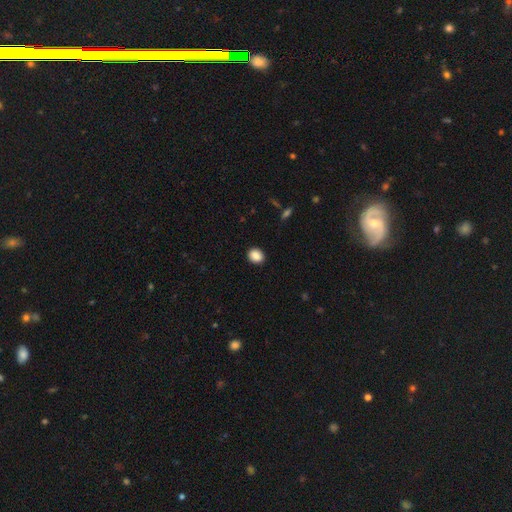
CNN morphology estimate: smooth-or-featured: smooth: 88% | star or artifact: 8% | featured or disk: 4%
  how-rounded: round: 58% | in between: 41% | cigar-shaped: 1%
  merging: none: 90% | minor disturbance: 7% | major disturbance: 2% | merger: 1%